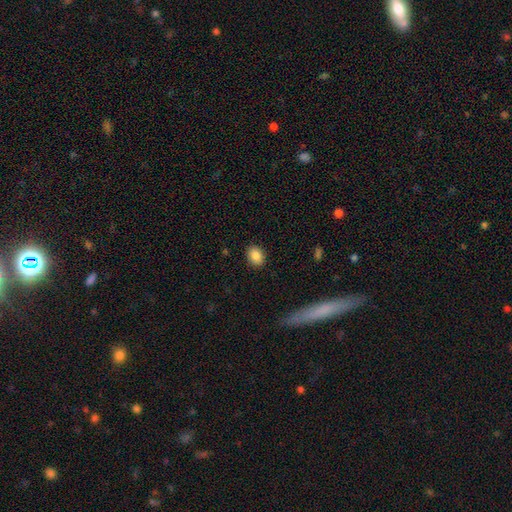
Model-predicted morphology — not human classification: This is clearly a smooth galaxy (87%). How rounded: likely in between (62%). Merging: clearly none (88%).